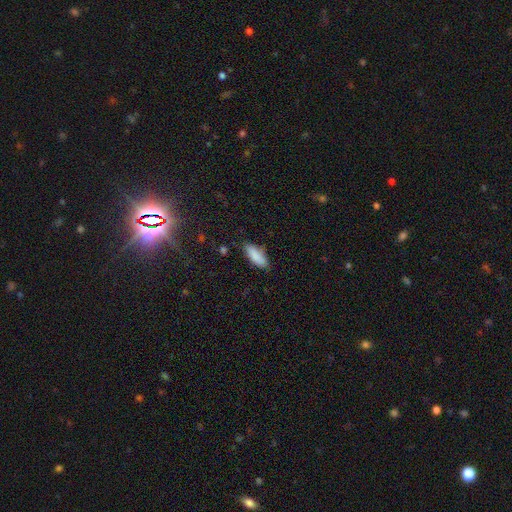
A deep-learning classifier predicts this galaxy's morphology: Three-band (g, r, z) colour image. It shows a smooth galaxy with no disk features (88%) that is in between round and cigar-shaped (74%). Merging: none (77%).